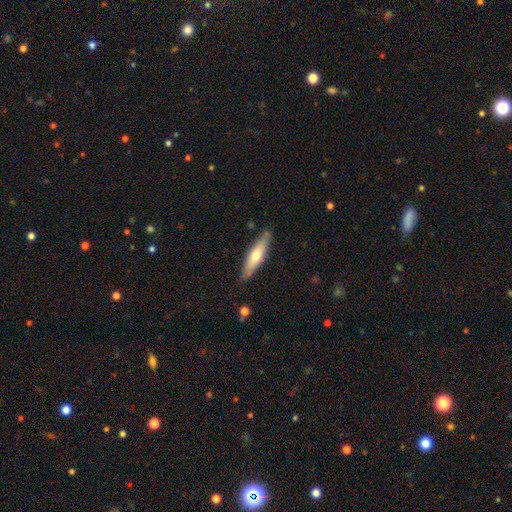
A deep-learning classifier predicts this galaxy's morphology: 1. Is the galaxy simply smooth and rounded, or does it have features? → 58% smooth, 36% featured or disk, 5% star or artifact.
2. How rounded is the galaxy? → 73% cigar-shaped, 25% in between, 1% round.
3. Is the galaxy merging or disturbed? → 82% none, 13% minor disturbance, 2% merger, 2% major disturbance.